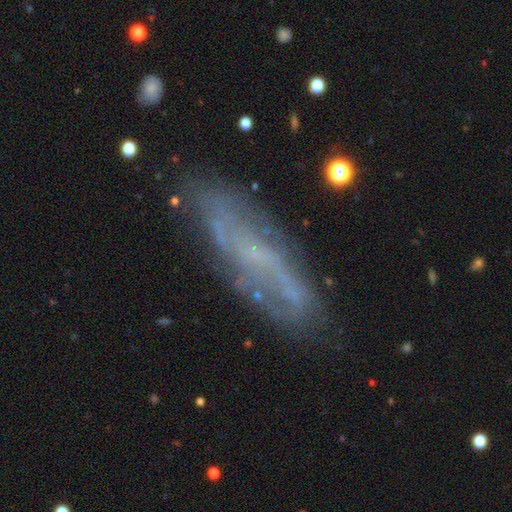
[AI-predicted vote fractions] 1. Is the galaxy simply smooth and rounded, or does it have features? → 64% featured or disk, 25% smooth, 11% star or artifact.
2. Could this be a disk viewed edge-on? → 73% no, 27% yes.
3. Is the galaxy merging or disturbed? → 76% none, 16% minor disturbance, 6% major disturbance, 3% merger.